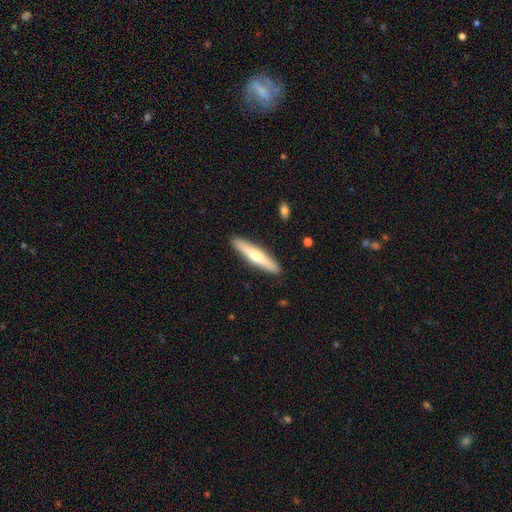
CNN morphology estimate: Smooth or featured? smooth (50%)
How rounded? cigar-shaped (87%)
Merging? none (90%)